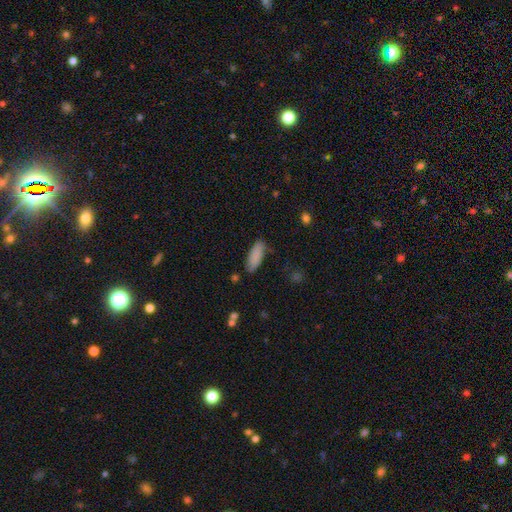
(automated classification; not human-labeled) This appears to be a smooth galaxy with no disk features (86%) that is in between round and cigar-shaped (70%). Merging: none (79%).